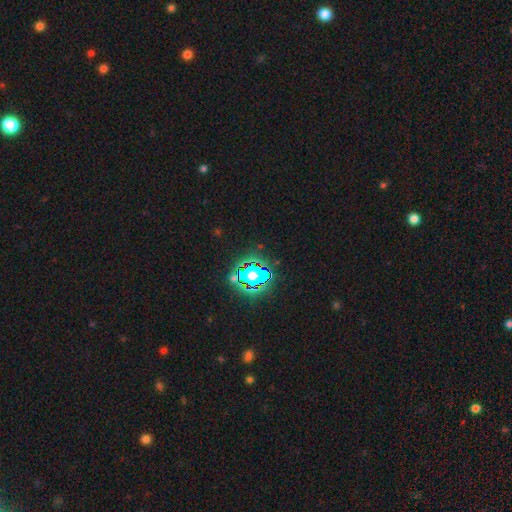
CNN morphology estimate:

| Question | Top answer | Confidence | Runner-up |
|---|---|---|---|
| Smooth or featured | star or artifact | 82% | smooth (11%) |